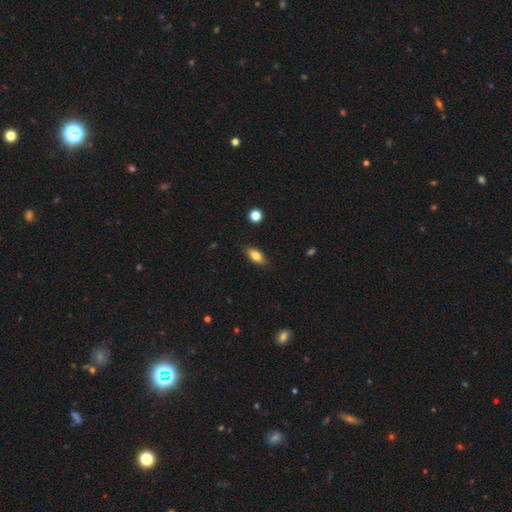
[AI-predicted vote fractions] A smooth galaxy with no disk features (79%) that is in between round and cigar-shaped (84%). Merging: none (87%).